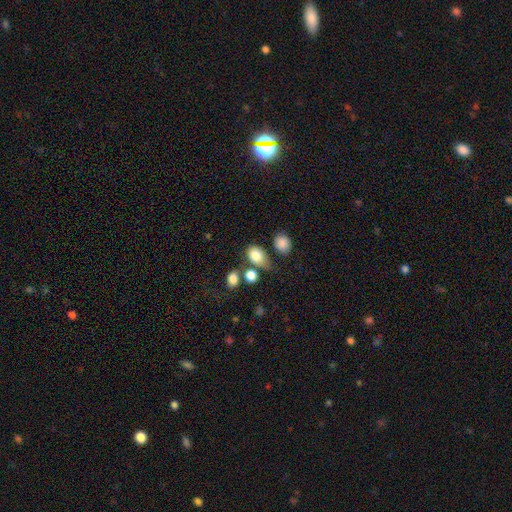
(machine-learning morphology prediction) Smooth or featured?
  - smooth: 82% *
  - star or artifact: 10%
  - featured or disk: 9%
How rounded?
  - in between: 73% *
  - round: 25%
  - cigar-shaped: 2%
Merging?
  - none: 42% *
  - minor disturbance: 24%
  - merger: 21%
  - major disturbance: 13%